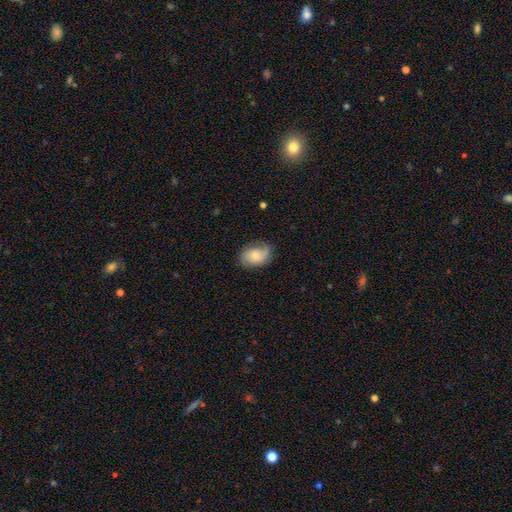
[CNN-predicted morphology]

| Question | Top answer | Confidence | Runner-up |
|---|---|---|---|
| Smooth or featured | smooth | 52% | featured or disk (41%) |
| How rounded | in between | 75% | round (23%) |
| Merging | none | 68% | minor disturbance (23%) |